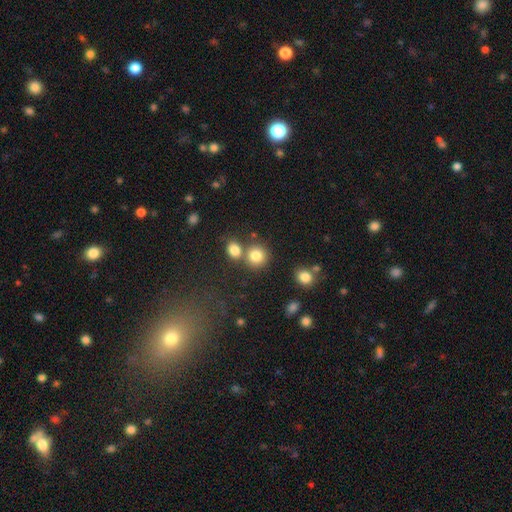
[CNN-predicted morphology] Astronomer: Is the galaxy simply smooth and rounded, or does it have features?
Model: smooth — 82%.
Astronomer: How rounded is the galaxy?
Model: round — 84%.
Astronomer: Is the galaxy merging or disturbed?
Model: none — 61%.